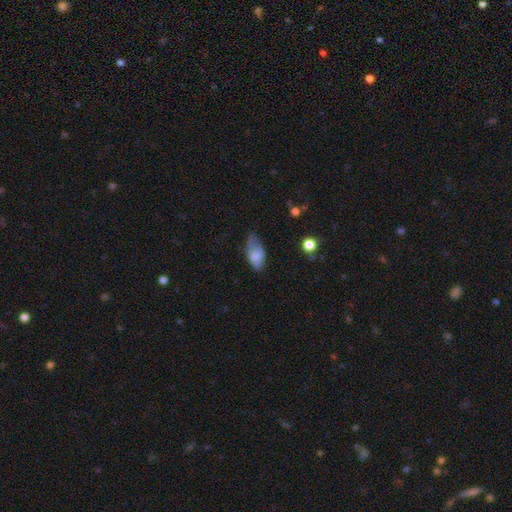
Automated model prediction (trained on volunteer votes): Smooth or featured?
  - smooth: 72% *
  - featured or disk: 20%
  - star or artifact: 8%
How rounded?
  - in between: 91% *
  - cigar-shaped: 5%
  - round: 4%
Merging?
  - none: 40% *
  - minor disturbance: 39%
  - major disturbance: 19%
  - merger: 2%